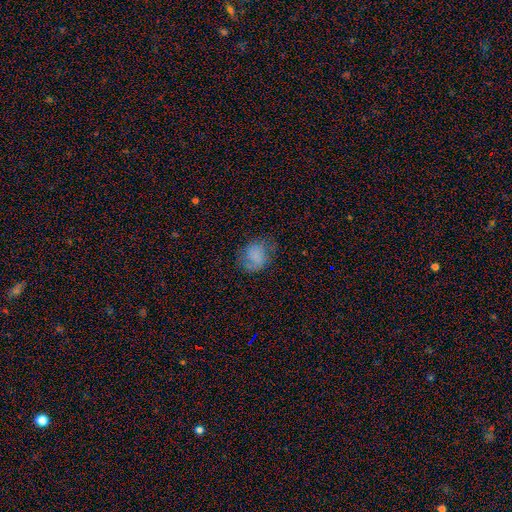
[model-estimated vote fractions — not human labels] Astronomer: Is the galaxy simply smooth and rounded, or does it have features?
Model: smooth — 68%.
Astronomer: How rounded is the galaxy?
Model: round — 63%.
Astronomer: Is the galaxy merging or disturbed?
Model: none — 60%.